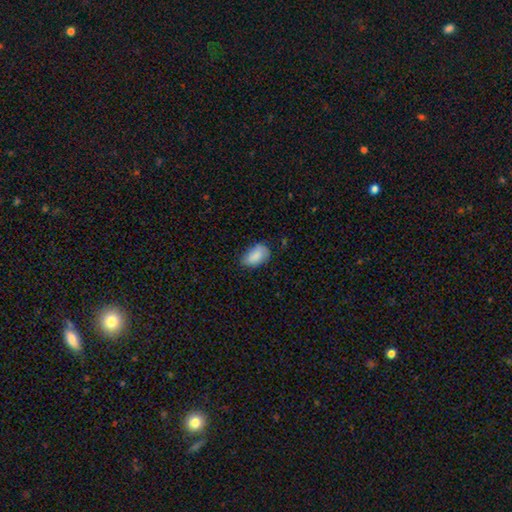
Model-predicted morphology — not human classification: smooth-or-featured: smooth: 86% | featured or disk: 8% | star or artifact: 7%
  how-rounded: in between: 91% | round: 7% | cigar-shaped: 2%
  merging: none: 64% | minor disturbance: 29% | major disturbance: 5% | merger: 1%